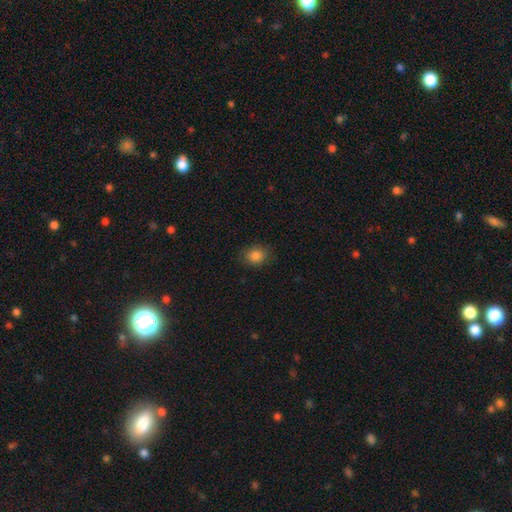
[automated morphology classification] The model was most divided on "how rounded": round: 59%, in between: 40%, cigar-shaped: 1%. More confident: smooth or featured — smooth (85%); merging — none (82%).